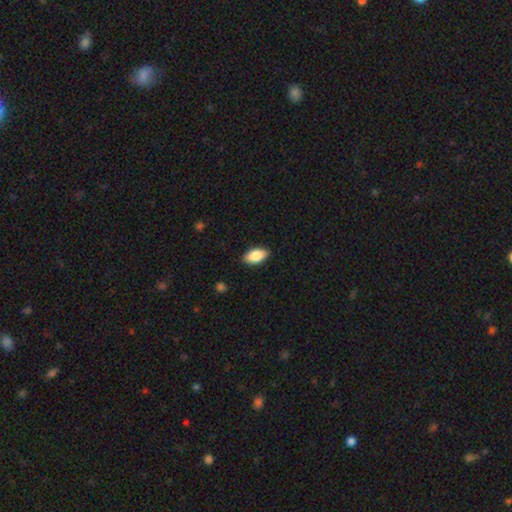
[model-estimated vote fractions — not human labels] This is clearly a smooth galaxy (85%). How rounded: clearly in between (93%). Merging: clearly none (89%).